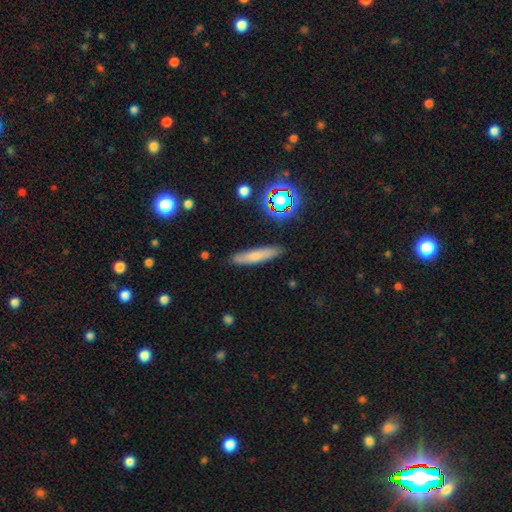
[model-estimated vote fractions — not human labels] Smooth or featured: smooth — 67% (featured or disk — 22%)
How rounded: cigar-shaped — 86% (in between — 12%)
Merging: none — 87% (minor disturbance — 9%)